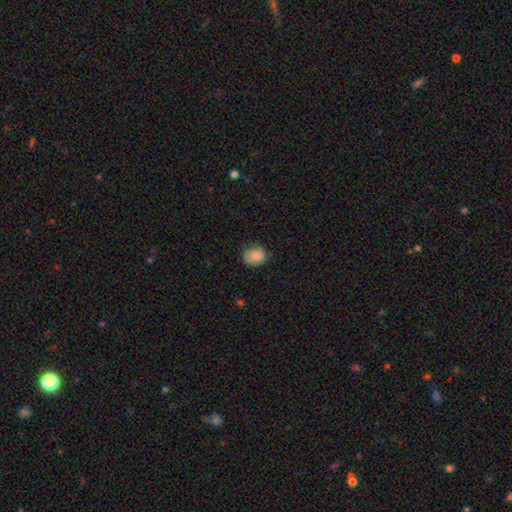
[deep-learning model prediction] smooth-or-featured: smooth: 82% | featured or disk: 10% | star or artifact: 8%
  how-rounded: round: 60% | in between: 39% | cigar-shaped: 1%
  merging: none: 72% | minor disturbance: 22% | major disturbance: 5% | merger: 1%